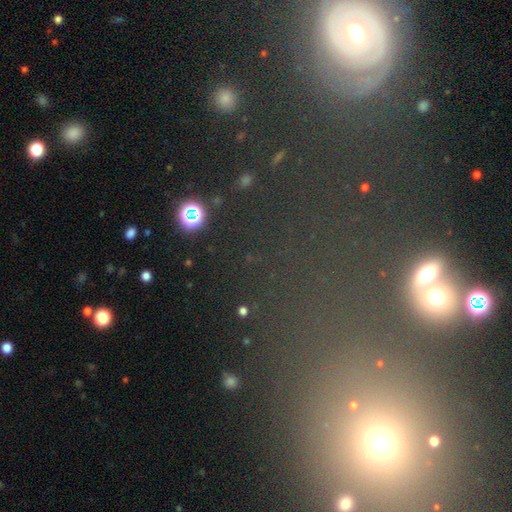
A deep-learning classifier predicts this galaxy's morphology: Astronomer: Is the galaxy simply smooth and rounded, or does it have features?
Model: star or artifact — 37% (runner-up: featured or disk, 32%).